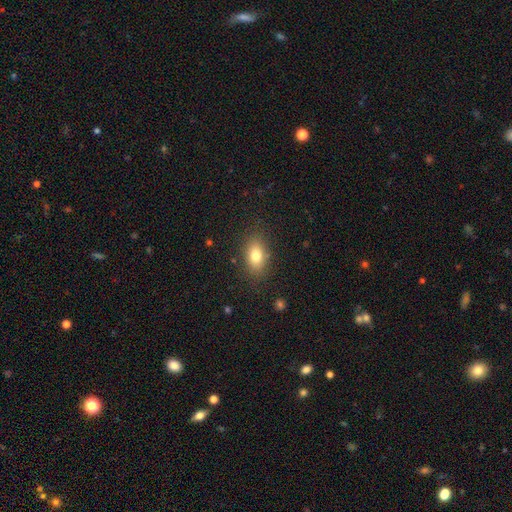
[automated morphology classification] A smooth galaxy with no disk features (78%) that is in between round and cigar-shaped (83%). Merging: none (83%).